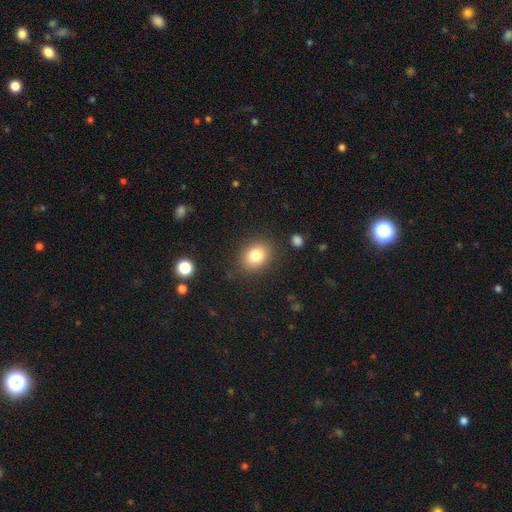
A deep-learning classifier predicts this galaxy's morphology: type=smooth (81%); roundness=round (52%); merging=none (85%).